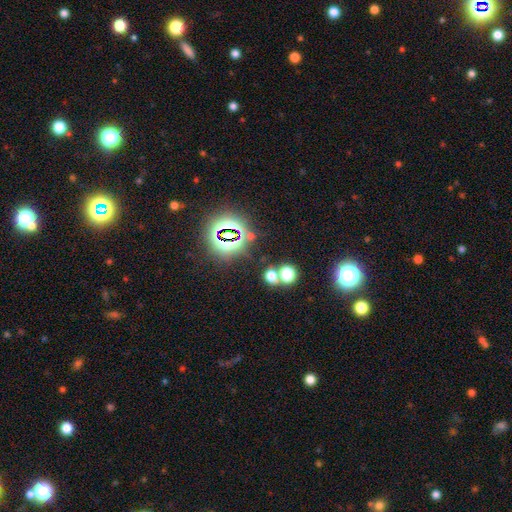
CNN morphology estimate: A star or artifact, not a galaxy (80%).

Vote fractions:
- Smooth or featured? star or artifact: 80% / smooth: 12% / featured or disk: 8%